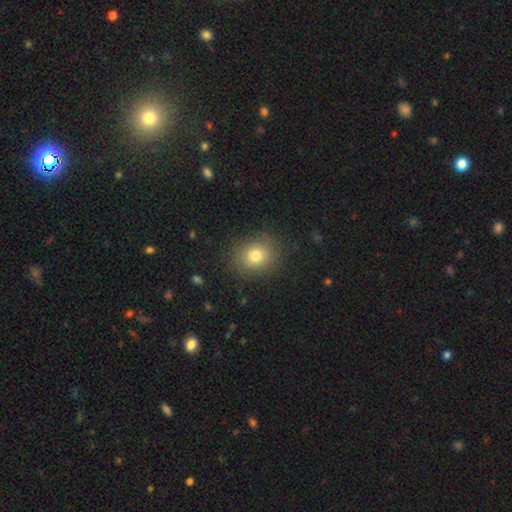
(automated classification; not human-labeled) Smooth or featured? Predicted: smooth (p=0.77). How rounded? Predicted: round (p=0.69). Merging? Predicted: none (p=0.85).